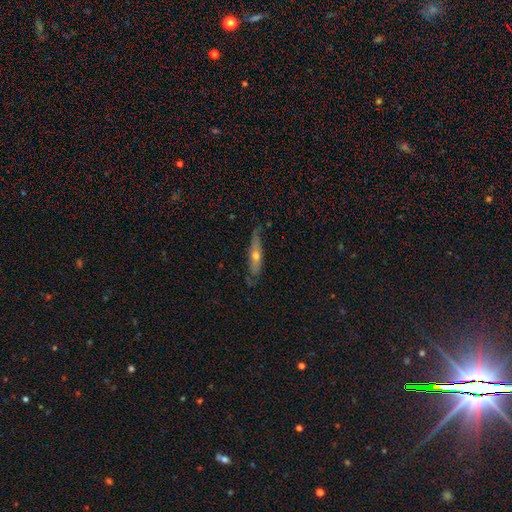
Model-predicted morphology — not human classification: The model was most divided on "smooth or featured": featured or disk: 58%, smooth: 35%, star or artifact: 7%. More confident: edge-on disk — yes (75%); merging — none (69%).